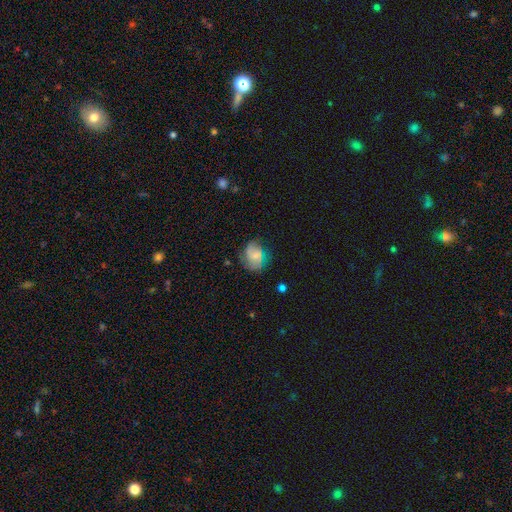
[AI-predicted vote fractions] Q: Smooth or featured?
A: smooth (50%); runner-up: featured or disk (40%)
Q: Merging?
A: none (56%); runner-up: minor disturbance (27%)